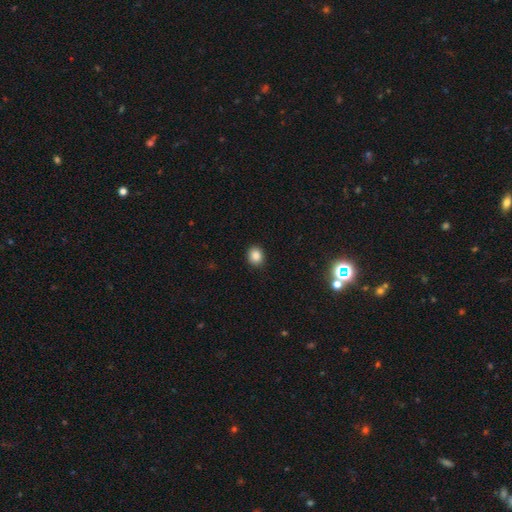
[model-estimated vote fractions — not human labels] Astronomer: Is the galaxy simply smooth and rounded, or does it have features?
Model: smooth — 86%.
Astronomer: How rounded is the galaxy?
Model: round — 73%.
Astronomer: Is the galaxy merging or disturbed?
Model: none — 90%.